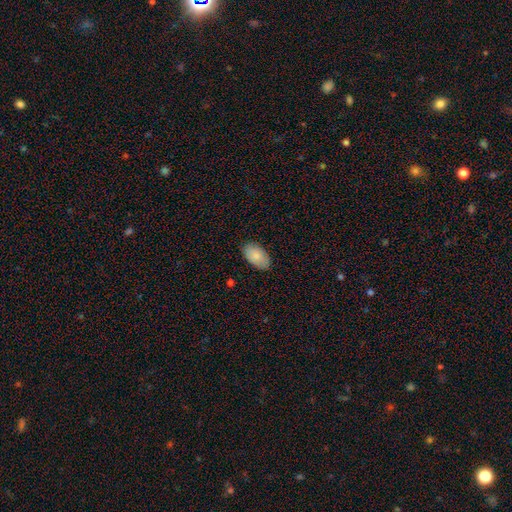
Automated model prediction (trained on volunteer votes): This is clearly a smooth galaxy (85%). How rounded: clearly in between (95%). Merging: clearly none (85%).